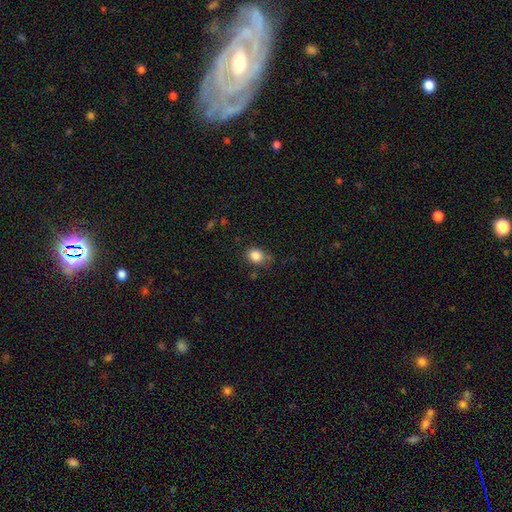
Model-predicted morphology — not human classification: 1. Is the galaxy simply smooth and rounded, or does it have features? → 85% smooth, 10% star or artifact, 5% featured or disk.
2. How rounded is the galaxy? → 60% round, 39% in between, 1% cigar-shaped.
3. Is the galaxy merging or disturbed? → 69% none, 22% minor disturbance, 6% major disturbance, 3% merger.